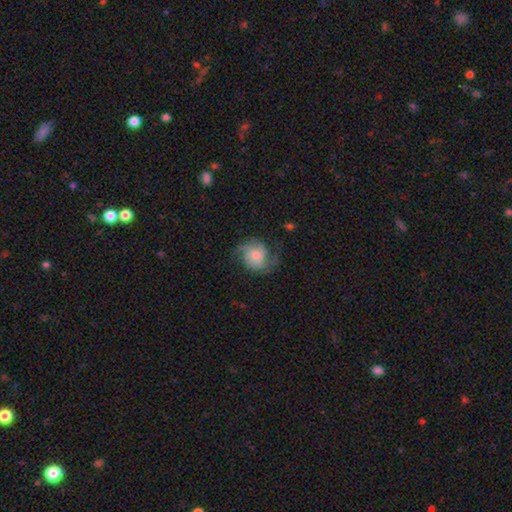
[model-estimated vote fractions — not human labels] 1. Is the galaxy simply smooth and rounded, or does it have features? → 68% featured or disk, 25% smooth, 7% star or artifact.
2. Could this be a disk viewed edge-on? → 98% no, 2% yes.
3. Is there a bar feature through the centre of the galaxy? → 64% no, 31% weak, 5% strong.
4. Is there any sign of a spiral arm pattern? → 94% yes, 6% no.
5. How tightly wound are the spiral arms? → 46% medium, 35% loose, 19% tight.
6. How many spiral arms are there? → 78% 2, 8% can't tell, 6% 3, 4% 1, 2% 4, 2% more than 4.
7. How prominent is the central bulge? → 36% moderate, 24% small, 20% large, 16% none, 4% dominant.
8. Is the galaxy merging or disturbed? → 62% none, 22% minor disturbance, 15% major disturbance, 1% merger.